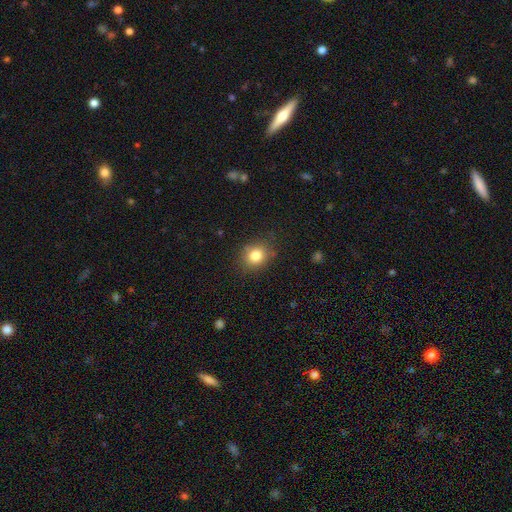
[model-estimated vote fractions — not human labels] smooth-or-featured: smooth: 81% | star or artifact: 11% | featured or disk: 7%
  how-rounded: round: 68% | in between: 31% | cigar-shaped: 1%
  merging: none: 83% | minor disturbance: 12% | major disturbance: 3% | merger: 2%